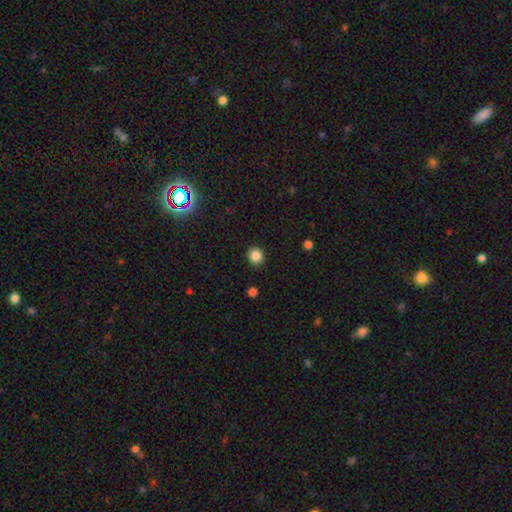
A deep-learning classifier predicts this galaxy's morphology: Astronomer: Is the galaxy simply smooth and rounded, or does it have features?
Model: smooth — 85%.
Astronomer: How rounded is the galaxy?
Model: round — 87%.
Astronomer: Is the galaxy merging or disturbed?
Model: none — 91%.